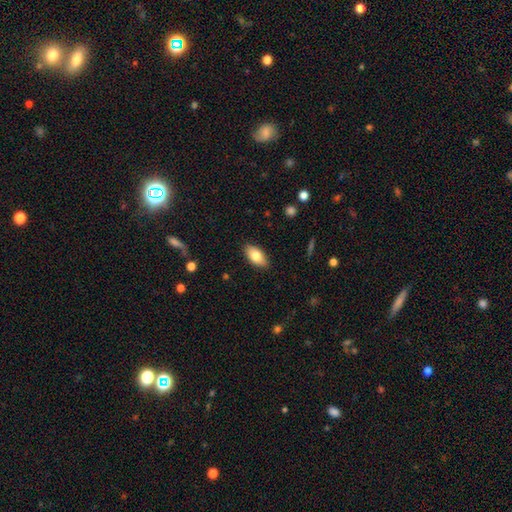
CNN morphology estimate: smooth-or-featured: smooth: 80% | featured or disk: 14% | star or artifact: 7%
  how-rounded: in between: 91% | cigar-shaped: 5% | round: 3%
  merging: none: 88% | minor disturbance: 9% | major disturbance: 2% | merger: 1%